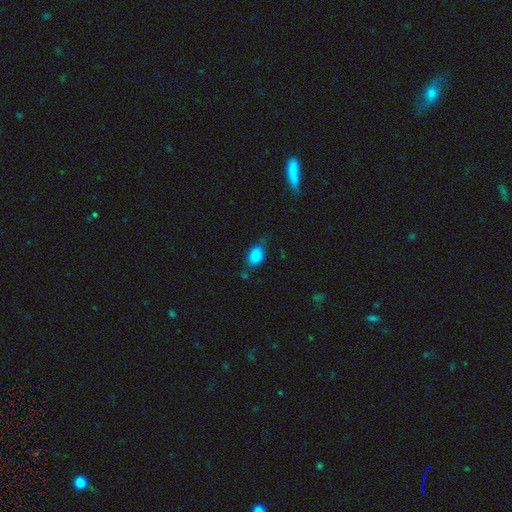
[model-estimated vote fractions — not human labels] smooth-or-featured: smooth: 85% | star or artifact: 9% | featured or disk: 7%
  how-rounded: in between: 68% | round: 31% | cigar-shaped: 2%
  merging: none: 57% | minor disturbance: 31% | major disturbance: 9% | merger: 4%